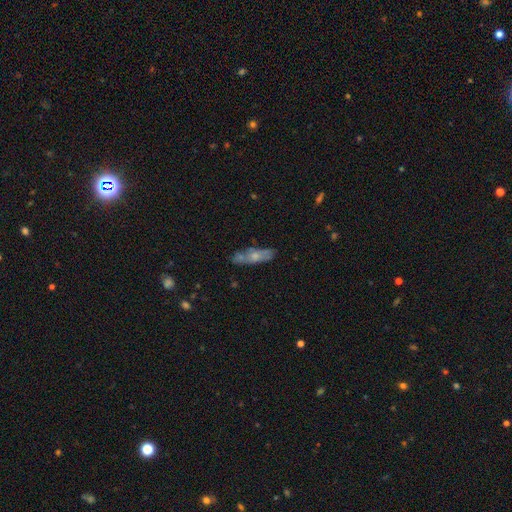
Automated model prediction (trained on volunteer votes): Smooth or featured?
  - smooth: 57% *
  - featured or disk: 36%
  - star or artifact: 7%
How rounded?
  - cigar-shaped: 56% *
  - in between: 41%
  - round: 3%
Merging?
  - none: 63% *
  - minor disturbance: 21%
  - merger: 10%
  - major disturbance: 5%